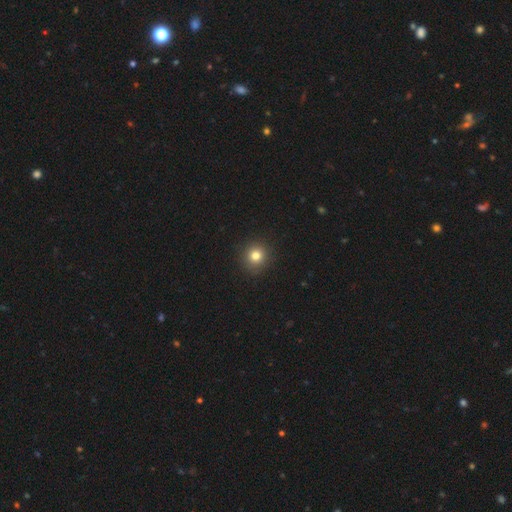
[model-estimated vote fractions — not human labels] Overall: smooth (80%). How rounded: round (93%). Merging: none (92%).